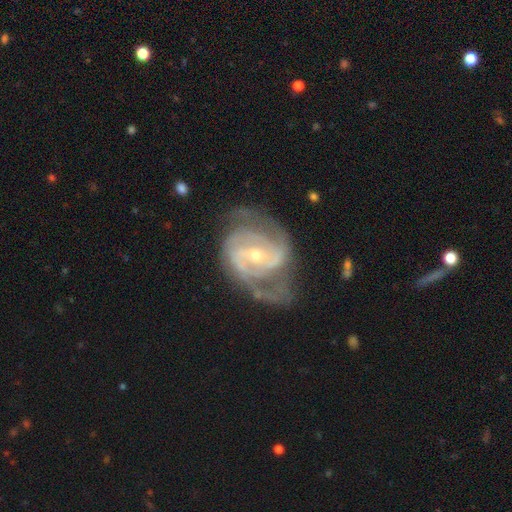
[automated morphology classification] Smooth or featured?
  - featured or disk: 90% *
  - star or artifact: 5%
  - smooth: 5%
Edge-on disk?
  - no: 97% *
  - yes: 3%
Bar?
  - weak: 44% *
  - strong: 28%
  - no: 28%
Spiral arms?
  - yes: 97% *
  - no: 3%
Spiral winding?
  - medium: 47% *
  - tight: 42%
  - loose: 12%
Spiral arm count?
  - 2: 60% *
  - 3: 16%
  - can't tell: 13%
  - 4: 5%
  - 1: 4%
  - more than 4: 3%
Bulge size?
  - small: 64% *
  - moderate: 33%
  - large: 1%
  - none: 1%
  - dominant: 1%
Merging?
  - none: 59% *
  - minor disturbance: 21%
  - major disturbance: 17%
  - merger: 2%